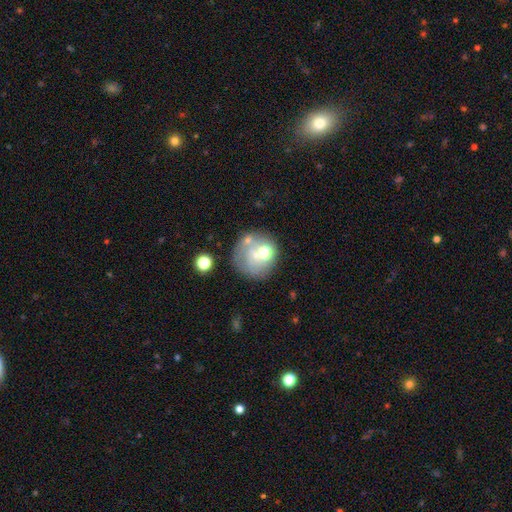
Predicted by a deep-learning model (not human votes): A smooth galaxy with no disk features (52%) that is round (87%). Merging: none (58%).